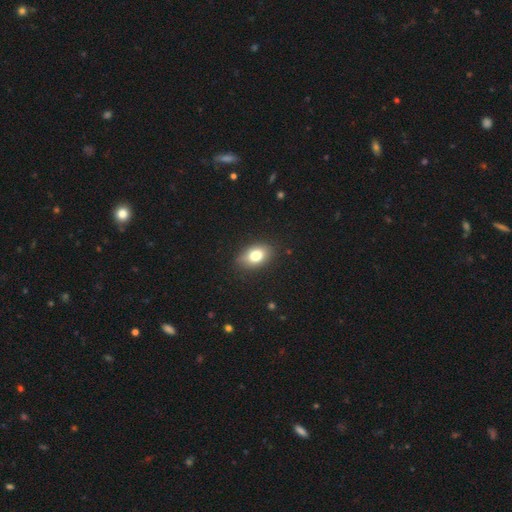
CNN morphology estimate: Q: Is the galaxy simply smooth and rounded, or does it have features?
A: smooth — 78%.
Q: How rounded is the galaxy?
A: in between — 83%.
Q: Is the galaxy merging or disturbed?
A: none — 86%.